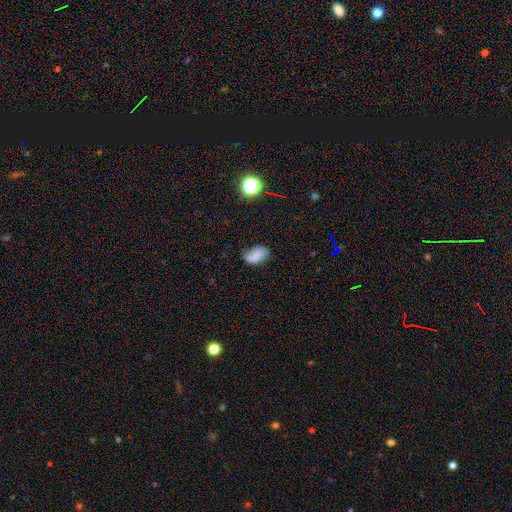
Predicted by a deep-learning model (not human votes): This is likely a smooth galaxy (78%). How rounded: clearly in between (88%). Merging: possibly none (59%).